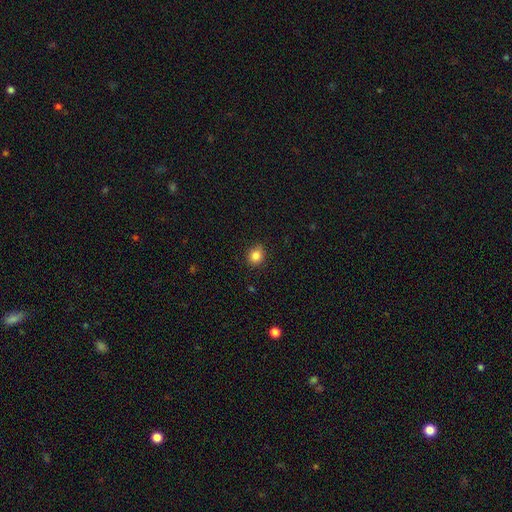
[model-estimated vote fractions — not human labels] smooth_or_featured: smooth (p=0.85) [alt: star or artifact p=0.11]
how_rounded: round (p=0.76) [alt: in between p=0.23]
merging: none (p=0.83) [alt: minor disturbance p=0.14]